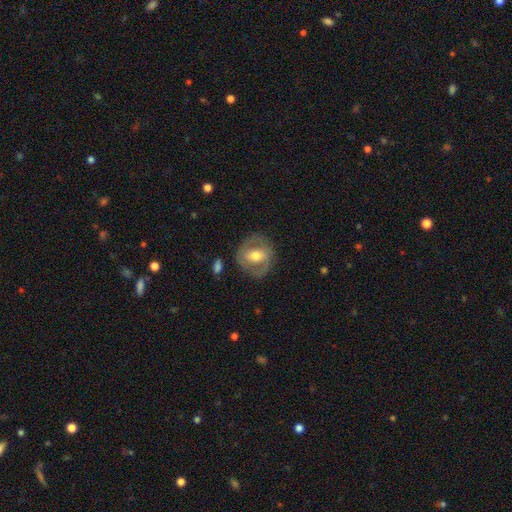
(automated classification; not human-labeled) Overall: featured or disk (58%; smooth 36%). Edge-on disk: no (95%). Bar: weak (39%; no 35%). Spiral arms: no (50%, tied with yes). Bulge size: moderate (72%). Merging: none (78%).